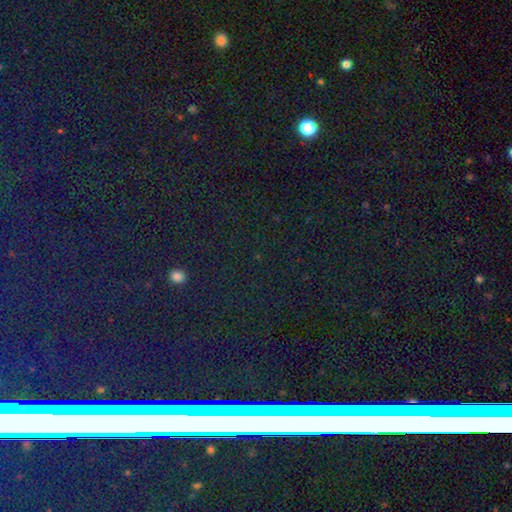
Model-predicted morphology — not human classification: Smooth or featured? Predicted: star or artifact (p=0.78).